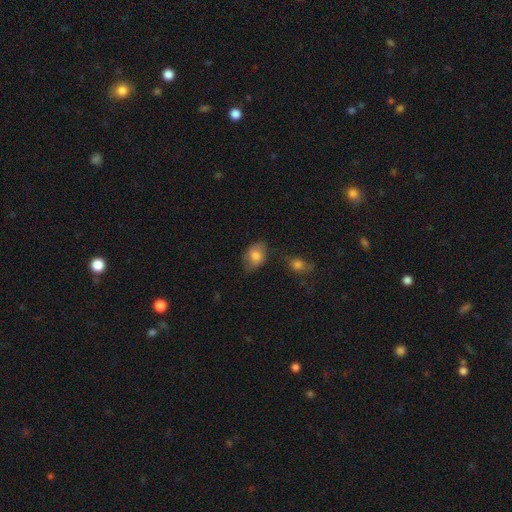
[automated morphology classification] Overall: smooth (79%). How rounded: in between (71%). Merging: none (62%; minor disturbance 26%).